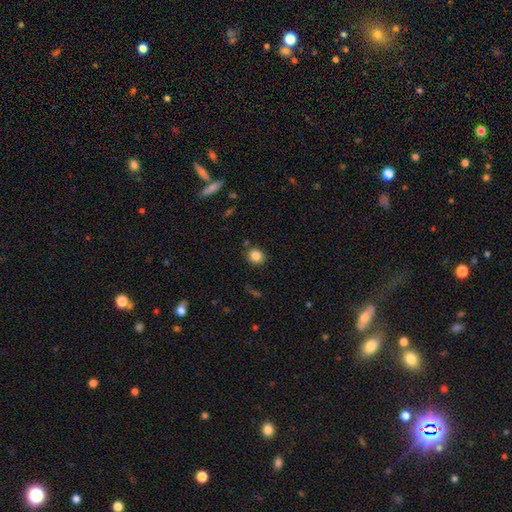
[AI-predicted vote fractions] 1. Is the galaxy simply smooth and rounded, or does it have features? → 85% smooth, 10% star or artifact, 5% featured or disk.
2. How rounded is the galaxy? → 79% round, 20% in between, 1% cigar-shaped.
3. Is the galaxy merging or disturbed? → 86% none, 8% minor disturbance, 4% merger, 2% major disturbance.